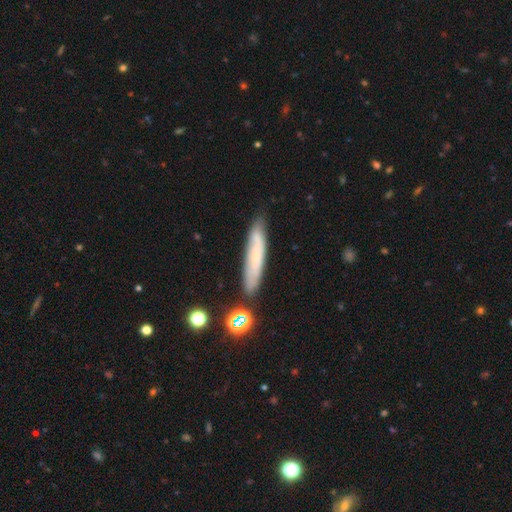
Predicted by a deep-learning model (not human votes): The model was most divided on "smooth or featured": smooth: 56%, featured or disk: 35%, star or artifact: 9%. More confident: how rounded — cigar-shaped (88%); merging — none (78%).